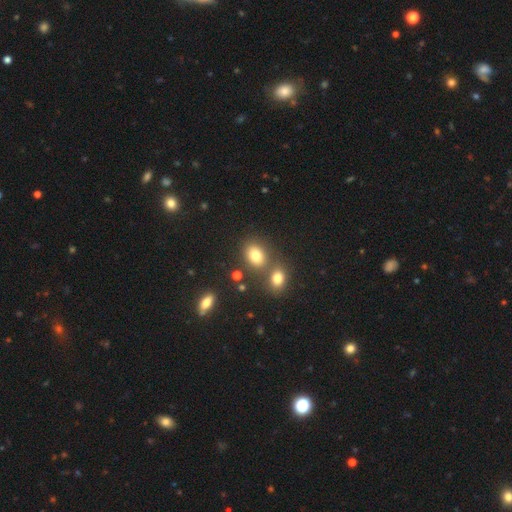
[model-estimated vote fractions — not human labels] Smooth or featured? Predicted: smooth (p=0.78). How rounded? Predicted: in between (p=0.61). Merging? Predicted: none (p=0.60).